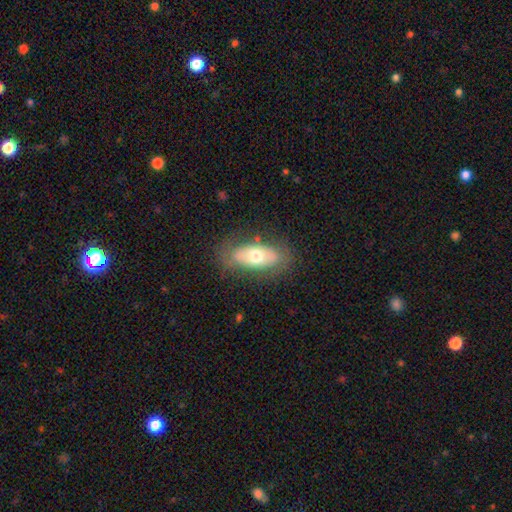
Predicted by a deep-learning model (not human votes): smooth-or-featured: smooth: 57% | featured or disk: 36% | star or artifact: 7%
  how-rounded: in between: 88% | cigar-shaped: 7% | round: 5%
  merging: none: 76% | minor disturbance: 16% | major disturbance: 7% | merger: 2%